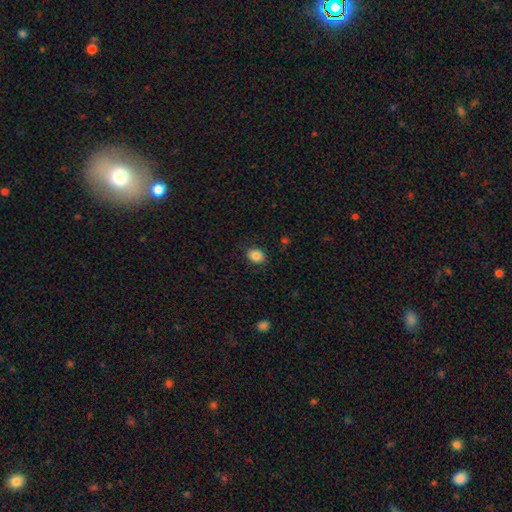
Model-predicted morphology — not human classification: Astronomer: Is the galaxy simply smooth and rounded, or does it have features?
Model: smooth — 86%.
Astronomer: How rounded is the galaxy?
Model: in between — 59% (runner-up: round, 40%).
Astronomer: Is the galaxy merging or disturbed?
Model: none — 85%.